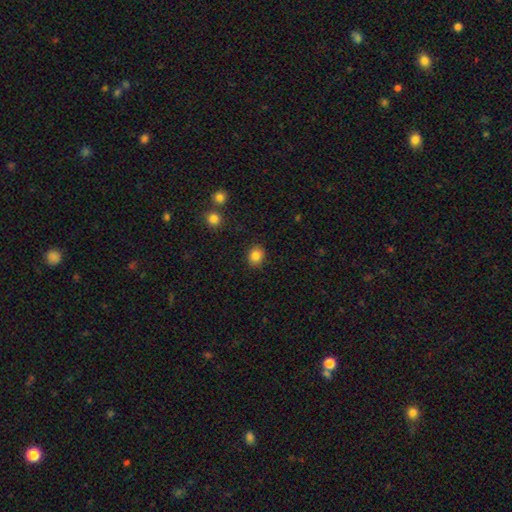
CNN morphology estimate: Smooth or featured? smooth (85%)
How rounded? round (62%)
Merging? none (88%)